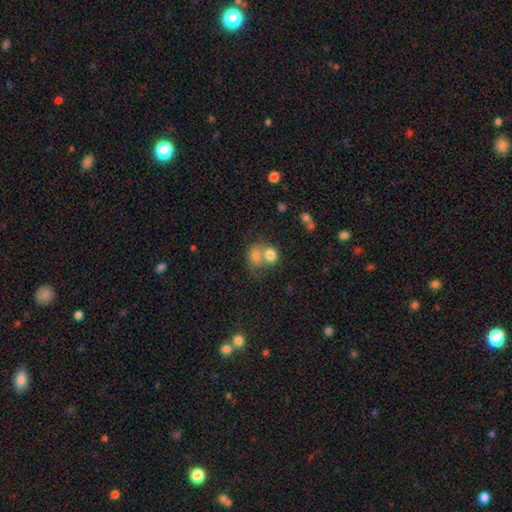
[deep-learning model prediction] Smooth or featured? smooth (72%)
How rounded? round (53%)
Merging? merger (65%)